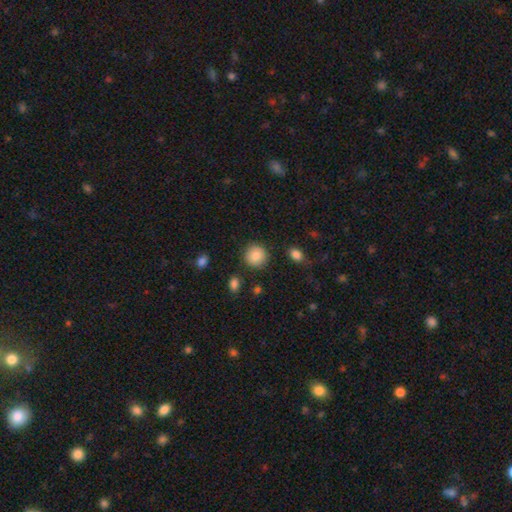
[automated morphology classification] Smooth or featured? smooth (86%)
How rounded? round (91%)
Merging? none (88%)